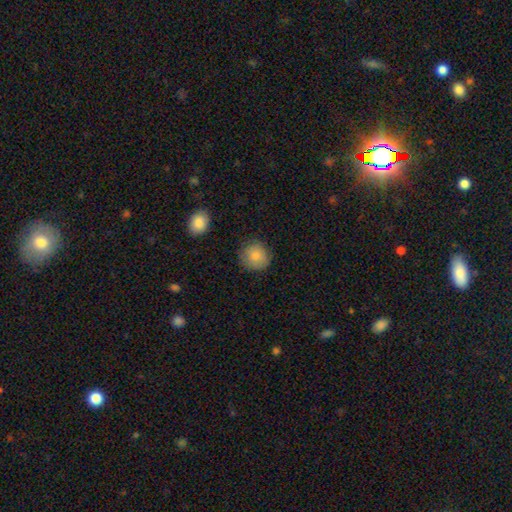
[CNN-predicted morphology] A smooth galaxy with no disk features (83%) that is round (91%). Merging: none (84%).